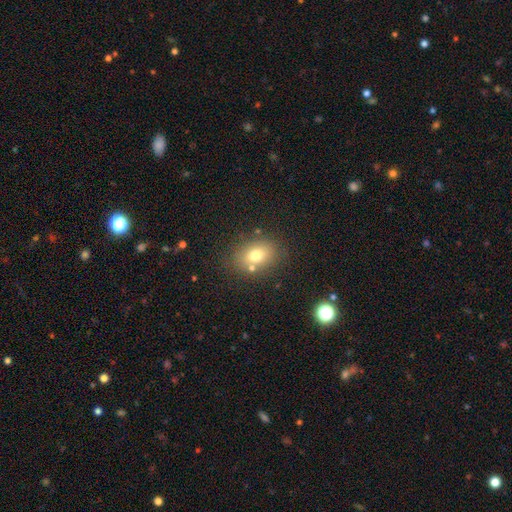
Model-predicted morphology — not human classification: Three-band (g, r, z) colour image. It shows a smooth galaxy with no disk features (74%) that is in between round and cigar-shaped (66%). Merging: none (75%).